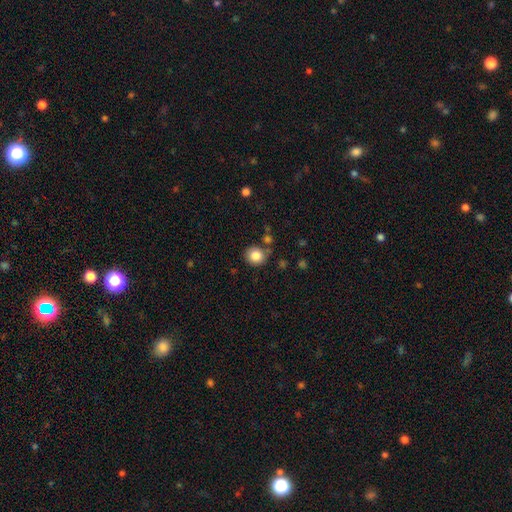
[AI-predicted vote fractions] A smooth galaxy with no disk features (85%) that is round (86%).

Vote fractions:
- Smooth or featured? smooth: 85% / star or artifact: 10% / featured or disk: 6%
- How rounded? round: 86% / in between: 13% / cigar-shaped: 1%
- Merging? none: 78% / minor disturbance: 11% / merger: 7% / major disturbance: 4%